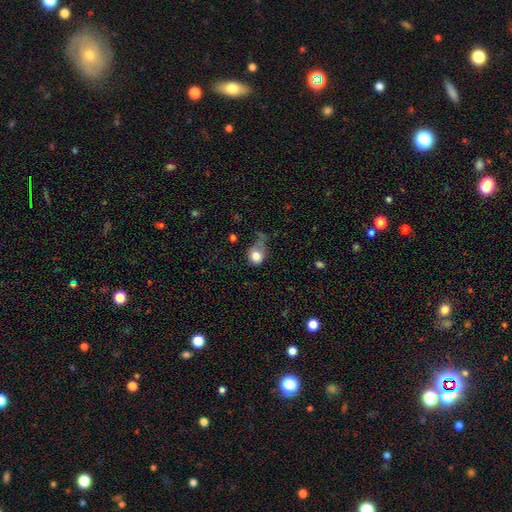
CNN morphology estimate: Overall: smooth (80%). How rounded: round (72%). Merging: none (32%; major disturbance 31%).